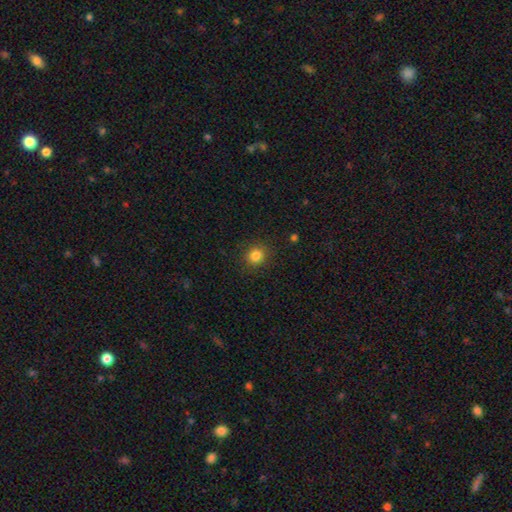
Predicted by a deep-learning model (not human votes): Overall: smooth (83%). How rounded: round (86%). Merging: none (89%).